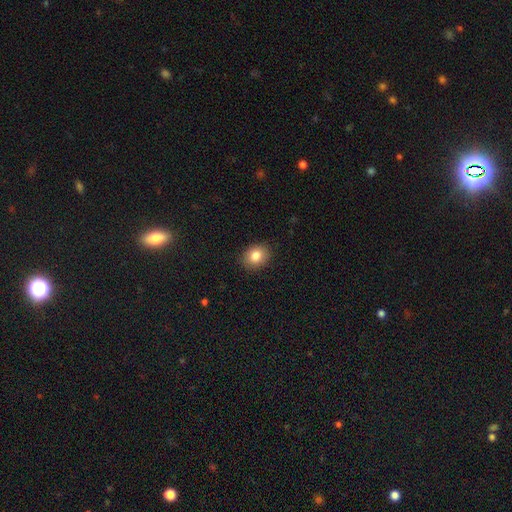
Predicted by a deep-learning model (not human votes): Smooth or featured? Predicted: smooth (p=0.83). How rounded? Predicted: in between (p=0.50, tied with round). Merging? Predicted: none (p=0.89).